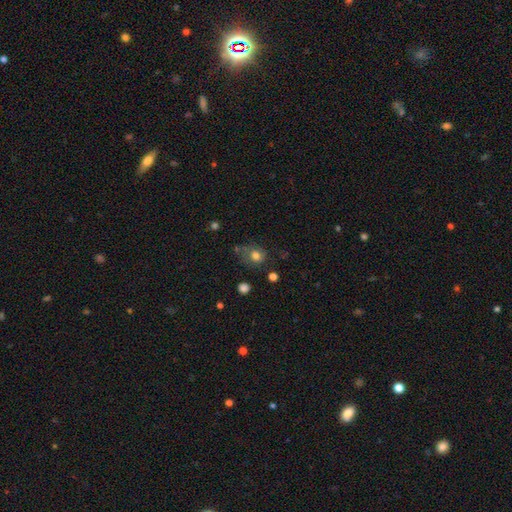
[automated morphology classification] smooth_or_featured: smooth (p=0.76) [alt: star or artifact p=0.13]
how_rounded: round (p=0.64) [alt: in between p=0.35]
merging: none (p=0.56) [alt: minor disturbance p=0.24]